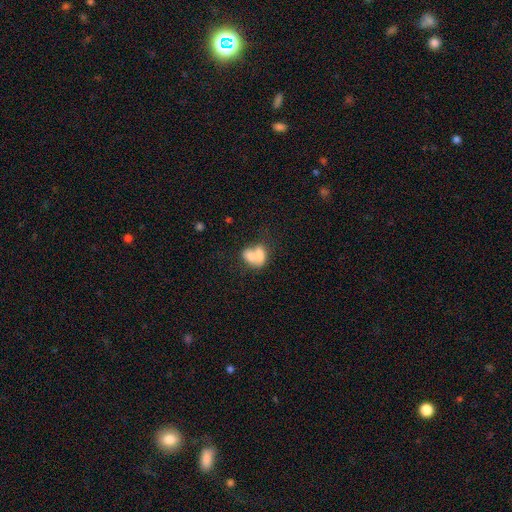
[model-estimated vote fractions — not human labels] Smooth or featured? smooth (70%)
How rounded? in between (77%)
Merging? merger (70%)